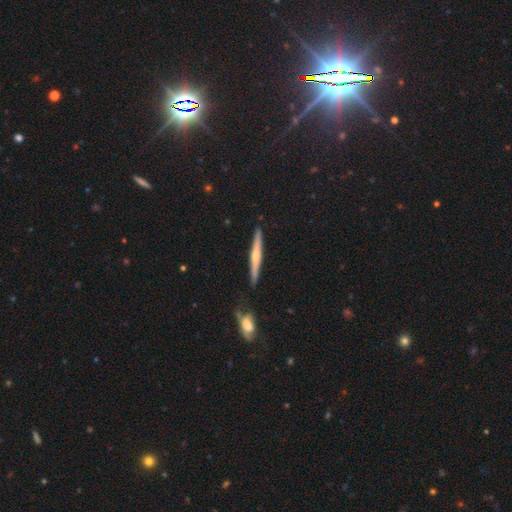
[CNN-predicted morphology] This appears to be a featured or disk galaxy (66%) viewed edge-on (97%) with a rounded central bulge (78%). Merging: none (86%).